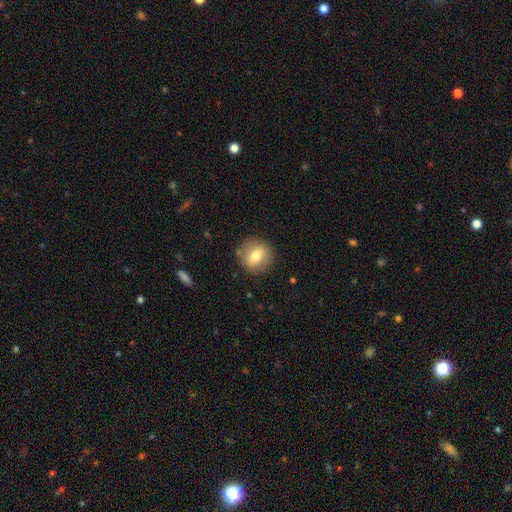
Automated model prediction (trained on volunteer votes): smooth_or_featured: smooth (p=0.72) [alt: featured or disk p=0.20]
how_rounded: round (p=0.89) [alt: in between p=0.10]
merging: none (p=0.86) [alt: minor disturbance p=0.09]